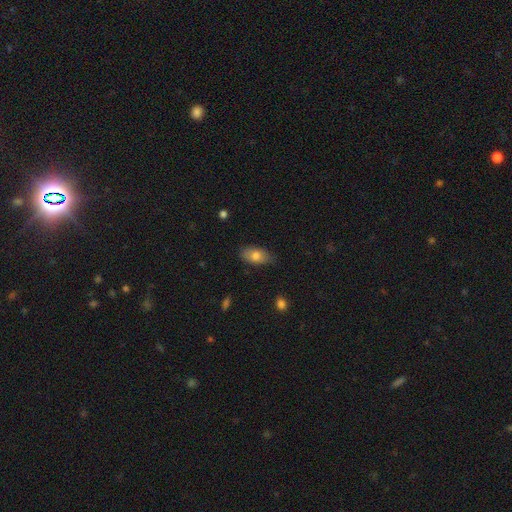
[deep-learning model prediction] Smooth or featured: smooth — 77% (featured or disk — 16%)
How rounded: in between — 91% (round — 6%)
Merging: none — 77% (minor disturbance — 19%)